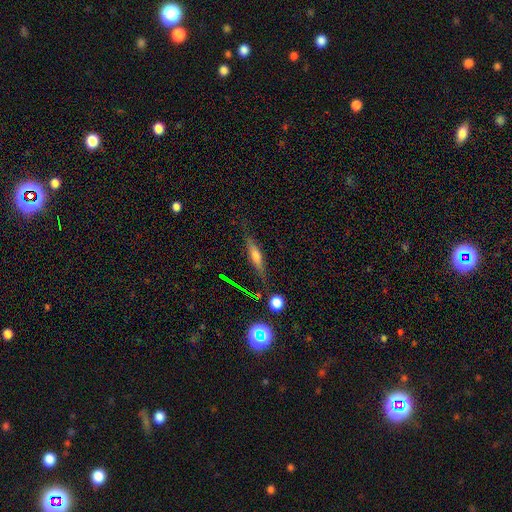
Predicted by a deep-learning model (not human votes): Smooth or featured? featured or disk (47%)
Merging? none (79%)